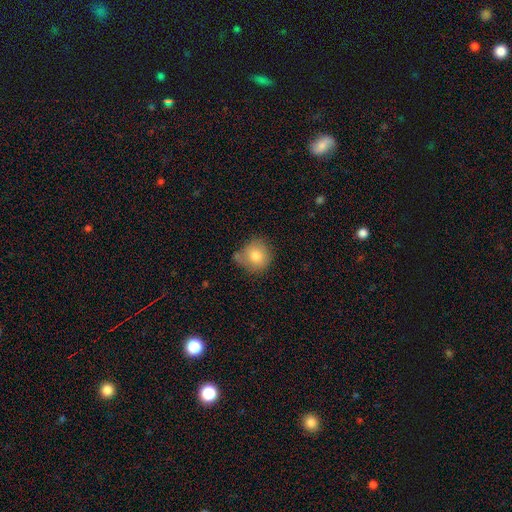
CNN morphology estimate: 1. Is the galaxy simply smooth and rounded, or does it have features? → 79% smooth, 12% featured or disk, 8% star or artifact.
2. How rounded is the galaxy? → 85% round, 14% in between, 1% cigar-shaped.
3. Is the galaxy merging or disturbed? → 55% none, 27% minor disturbance, 10% merger, 7% major disturbance.